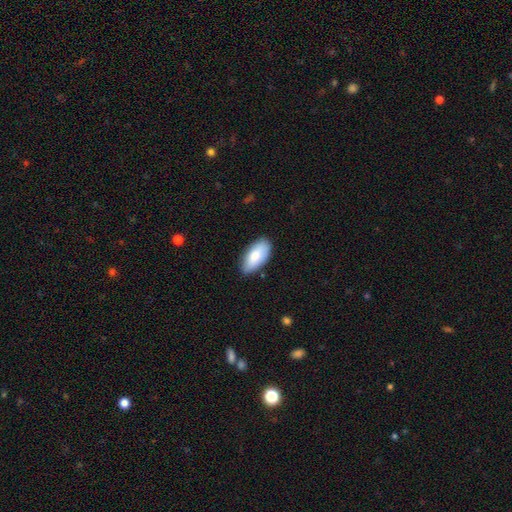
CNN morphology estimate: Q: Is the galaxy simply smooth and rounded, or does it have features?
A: smooth — 82%.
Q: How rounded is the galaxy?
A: in between — 92%.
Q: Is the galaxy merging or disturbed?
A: none — 82%.